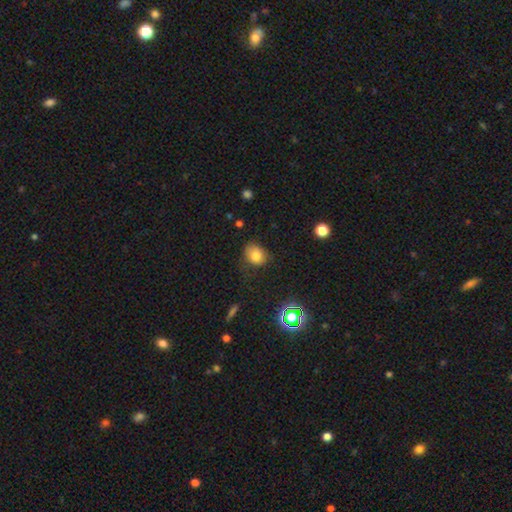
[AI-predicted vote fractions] Overall: smooth (78%). How rounded: round (57%; in between 42%). Merging: none (65%; minor disturbance 26%).